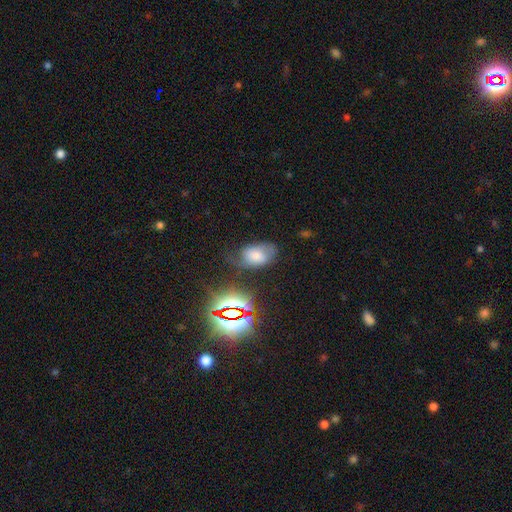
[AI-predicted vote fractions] This is possibly a smooth galaxy (51%). How rounded: clearly in between (86%). Merging: possibly none (51%).